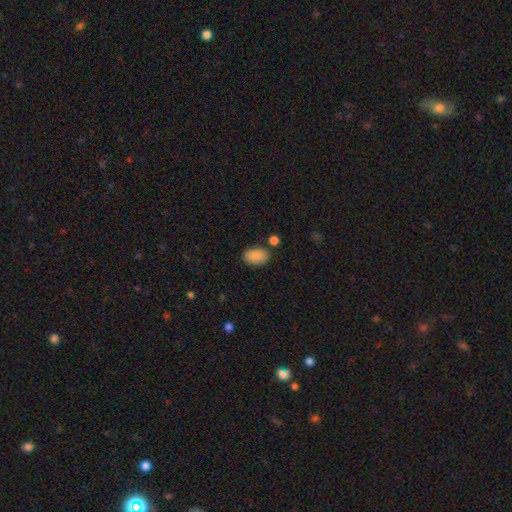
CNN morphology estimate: A smooth galaxy with no disk features (88%) that is in between round and cigar-shaped (91%). Merging: none (77%).